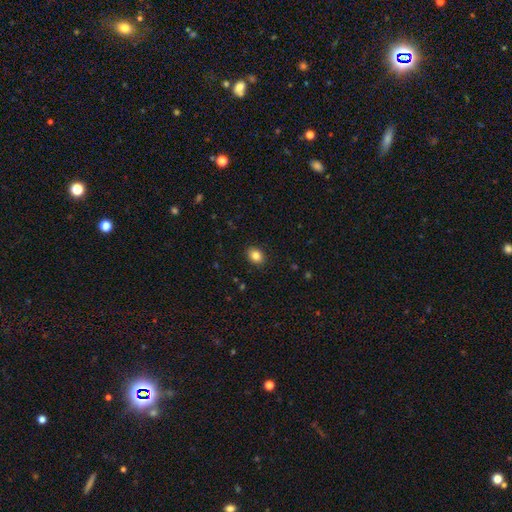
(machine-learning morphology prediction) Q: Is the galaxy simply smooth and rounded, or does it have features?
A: smooth — 85%.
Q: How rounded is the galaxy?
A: in between — 64%.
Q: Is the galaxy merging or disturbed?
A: none — 89%.